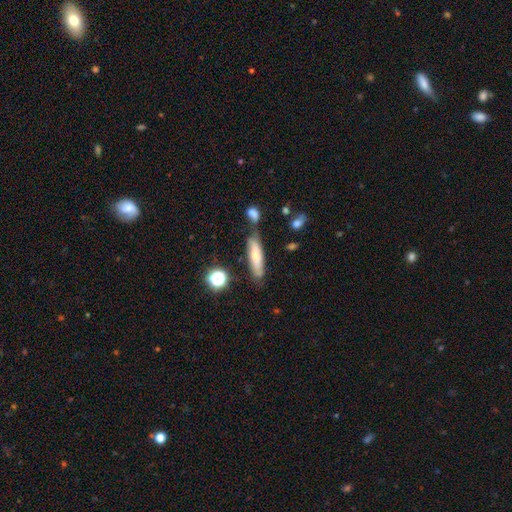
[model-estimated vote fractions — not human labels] Smooth or featured? smooth (61%)
How rounded? cigar-shaped (68%)
Merging? none (61%)